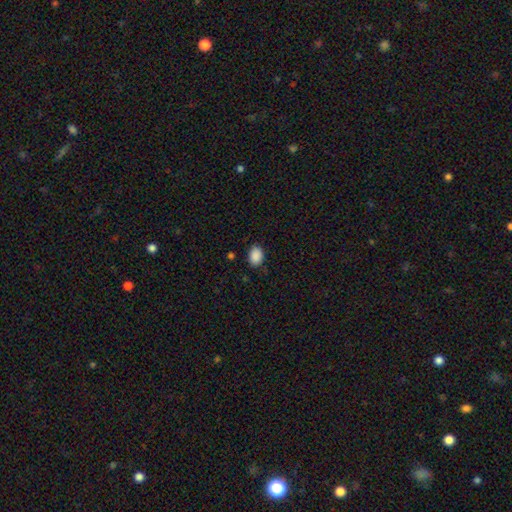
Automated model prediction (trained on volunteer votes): smooth 89%, star or artifact 8%, featured or disk 3%. Down the decision tree: how rounded — in between (75%); merging — none (85%).